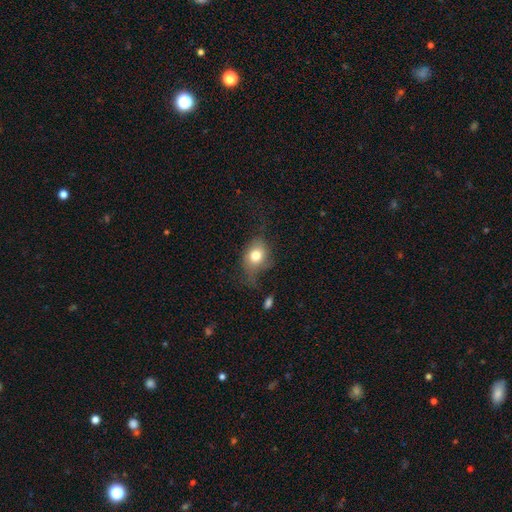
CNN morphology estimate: Smooth or featured?
  - smooth: 74% *
  - featured or disk: 16%
  - star or artifact: 11%
How rounded?
  - in between: 54% *
  - round: 44%
  - cigar-shaped: 2%
Merging?
  - none: 48% *
  - minor disturbance: 30%
  - major disturbance: 20%
  - merger: 3%